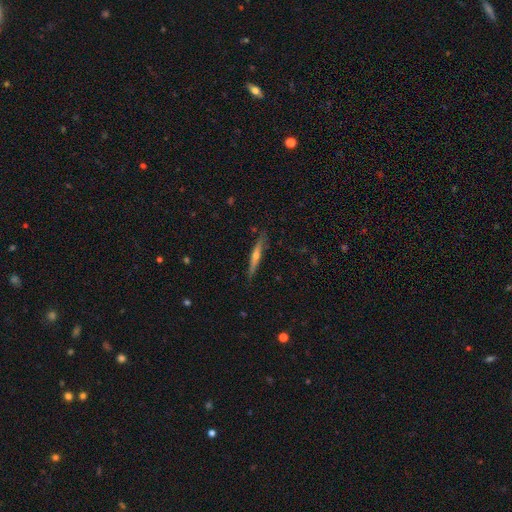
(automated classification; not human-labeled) Smooth or featured?
  - featured or disk: 65% *
  - smooth: 29%
  - star or artifact: 6%
Edge-on disk?
  - yes: 96% *
  - no: 4%
Edge-on bulge?
  - rounded: 84% *
  - none: 13%
  - boxy: 4%
Merging?
  - none: 86% *
  - minor disturbance: 11%
  - major disturbance: 2%
  - merger: 1%